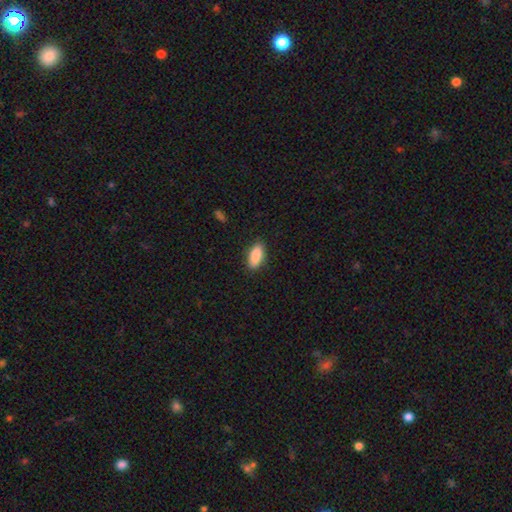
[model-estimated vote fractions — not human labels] smooth 89%, star or artifact 6%, featured or disk 5%. Down the decision tree: how rounded — in between (82%); merging — none (87%).